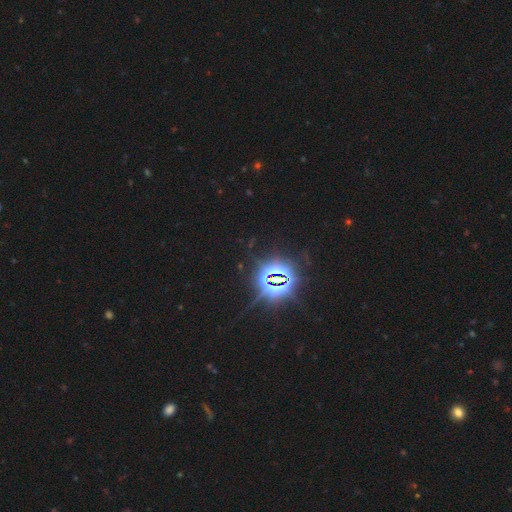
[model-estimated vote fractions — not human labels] Morphology: type=star or artifact (86%).